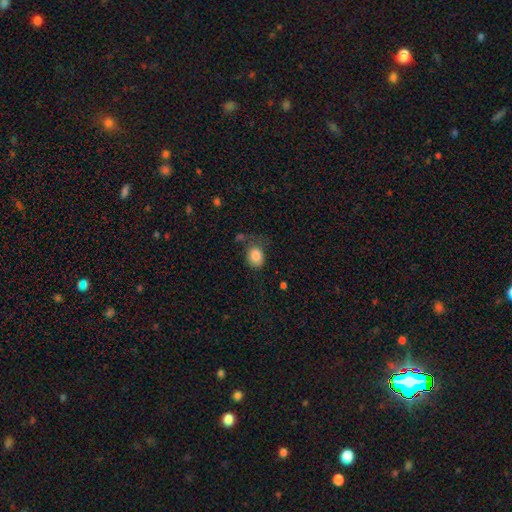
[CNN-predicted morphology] smooth 84%, star or artifact 9%, featured or disk 7%. Down the decision tree: how rounded — round (53%); merging — none (55%).